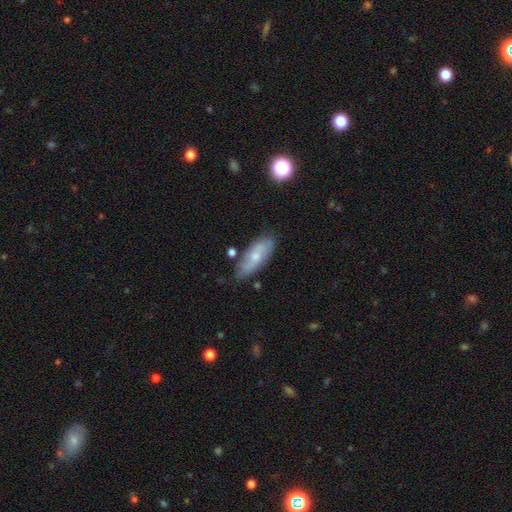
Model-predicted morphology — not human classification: Smooth or featured?
  - smooth: 57% *
  - featured or disk: 36%
  - star or artifact: 7%
How rounded?
  - in between: 70% *
  - cigar-shaped: 27%
  - round: 3%
Merging?
  - none: 72% *
  - minor disturbance: 20%
  - major disturbance: 4%
  - merger: 4%